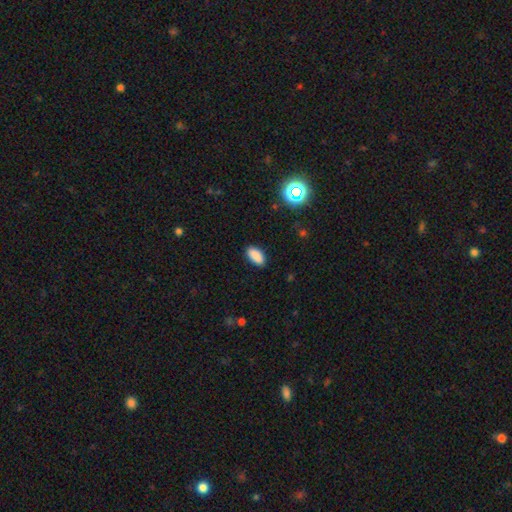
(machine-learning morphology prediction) type=smooth (87%); roundness=in between (92%); merging=none (88%).